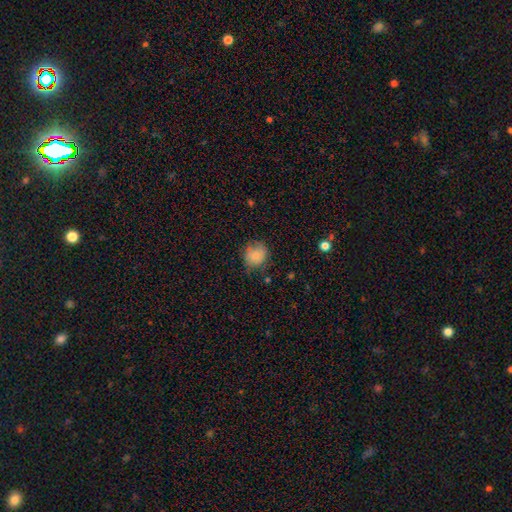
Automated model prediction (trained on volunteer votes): A smooth galaxy with no disk features (80%) that is round (75%).

Vote fractions:
- Smooth or featured? smooth: 80% / featured or disk: 11% / star or artifact: 9%
- How rounded? round: 75% / in between: 24% / cigar-shaped: 1%
- Merging? none: 67% / minor disturbance: 24% / major disturbance: 7% / merger: 2%